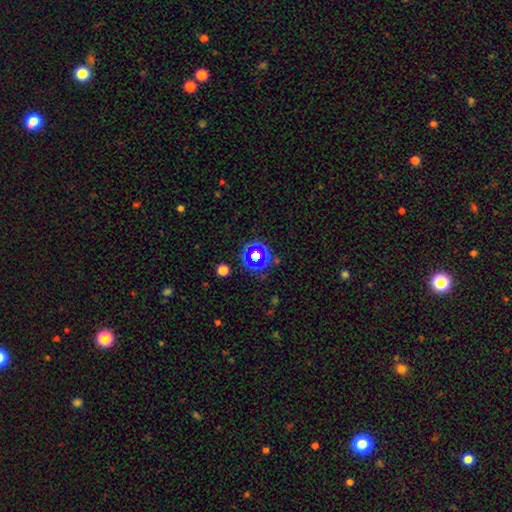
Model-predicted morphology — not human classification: The model was most divided on "smooth or featured": star or artifact: 49%, smooth: 38%, featured or disk: 13%.